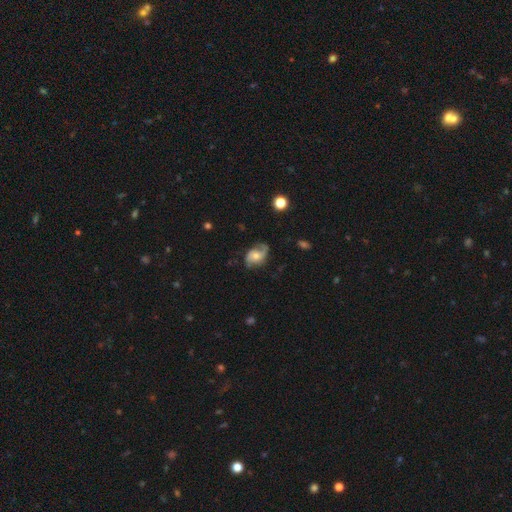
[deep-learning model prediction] This is likely a featured or disk galaxy (74%). It is clearly not viewed edge-on (97%). Bar: likely no (66%). Spiral arm pattern: clearly yes (93%). Spiral arm count: clearly 2 (83%). Spiral winding: marginally loose (43%). Central bulge: possibly moderate (56%). Merging: likely none (67%).